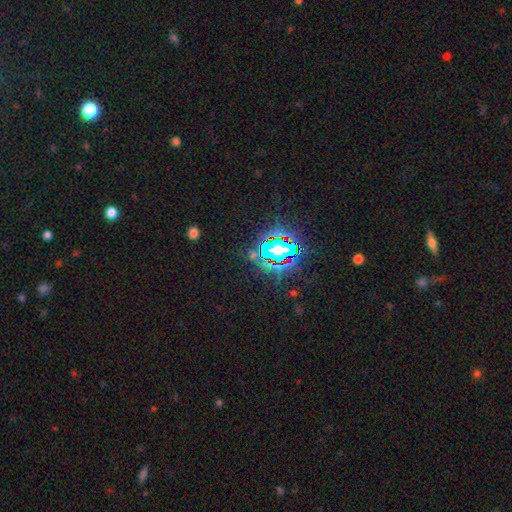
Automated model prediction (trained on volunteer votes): The model was most divided on "smooth or featured": star or artifact: 77%, smooth: 13%, featured or disk: 10%.